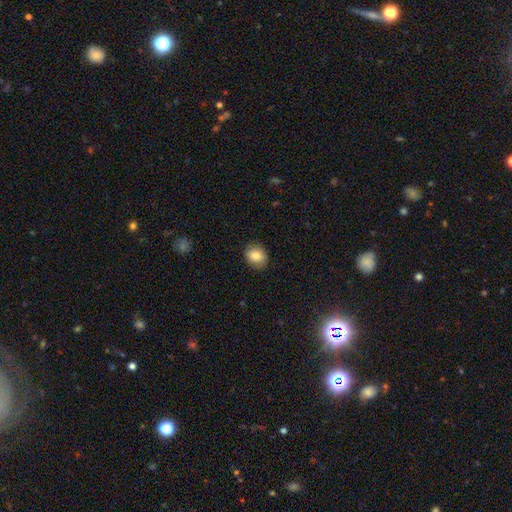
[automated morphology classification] Smooth or featured? Predicted: smooth (p=0.82). How rounded? Predicted: round (p=0.66). Merging? Predicted: none (p=0.85).